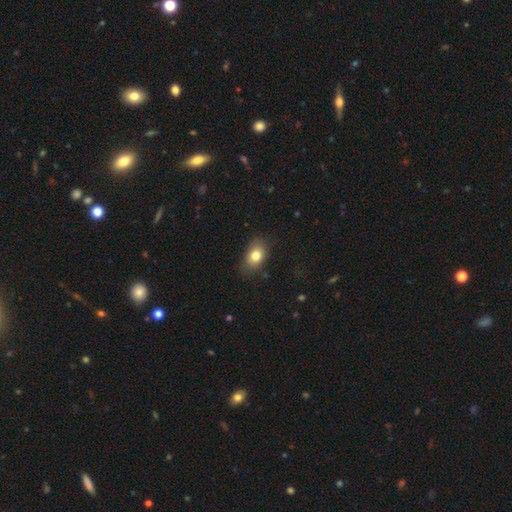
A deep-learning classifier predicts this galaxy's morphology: The model was most divided on "merging": none: 77%, minor disturbance: 18%, major disturbance: 4%, merger: 1%. More confident: how rounded — in between (80%); smooth or featured — smooth (79%).